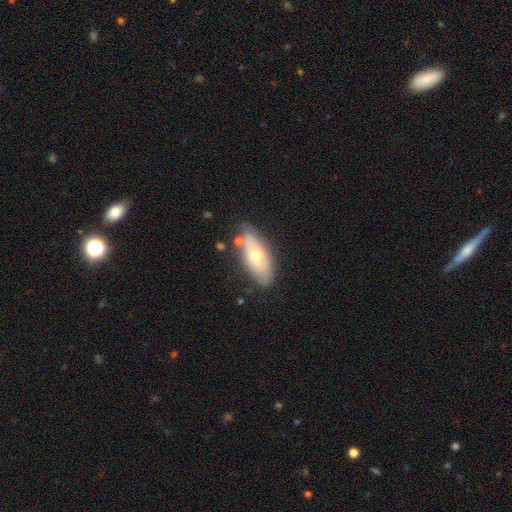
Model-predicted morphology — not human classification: The model was most divided on "smooth or featured": smooth: 58%, featured or disk: 36%, star or artifact: 7%. More confident: how rounded — in between (83%); merging — none (72%).